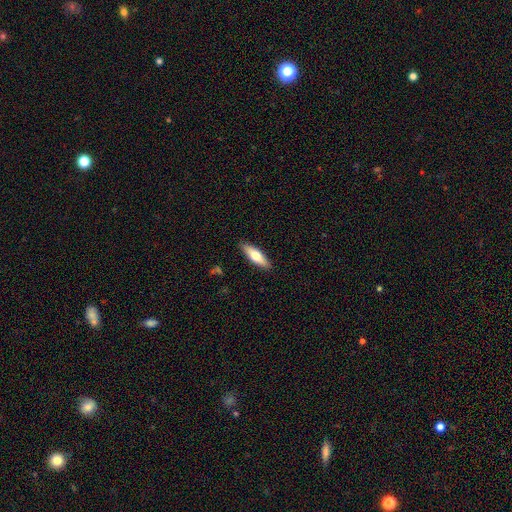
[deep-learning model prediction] Smooth or featured? Predicted: smooth (p=0.64). How rounded? Predicted: cigar-shaped (p=0.51). Merging? Predicted: none (p=0.89).